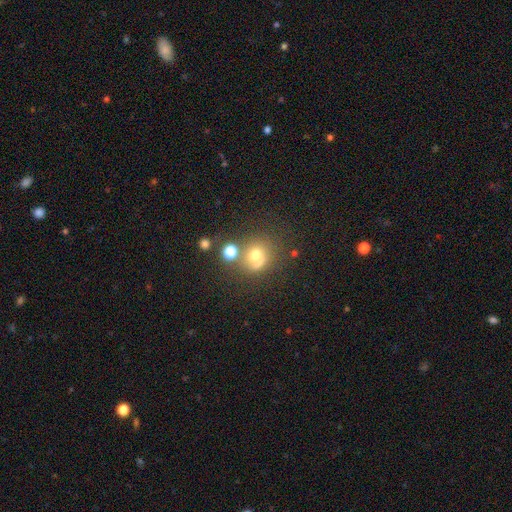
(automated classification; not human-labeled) Smooth or featured: smooth — 63% (featured or disk — 19%)
How rounded: round — 76% (in between — 23%)
Merging: none — 45% (merger — 32%)